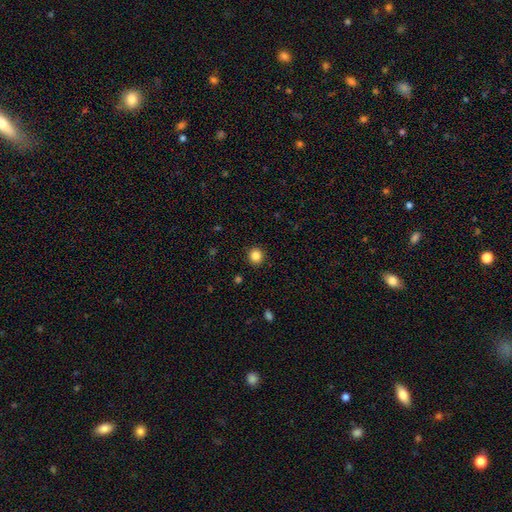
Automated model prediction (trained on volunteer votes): smooth-or-featured: smooth: 85% | star or artifact: 11% | featured or disk: 4%
  how-rounded: round: 91% | in between: 8% | cigar-shaped: 1%
  merging: none: 92% | minor disturbance: 5% | major disturbance: 2% | merger: 1%